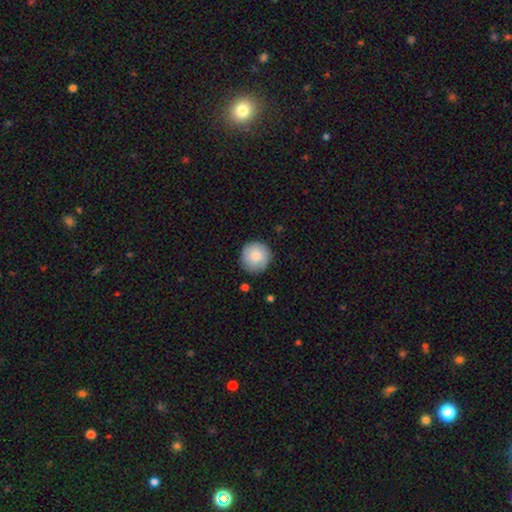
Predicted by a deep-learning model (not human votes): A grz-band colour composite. It shows a smooth galaxy with no disk features (82%) that is round (95%). Merging: none (86%).